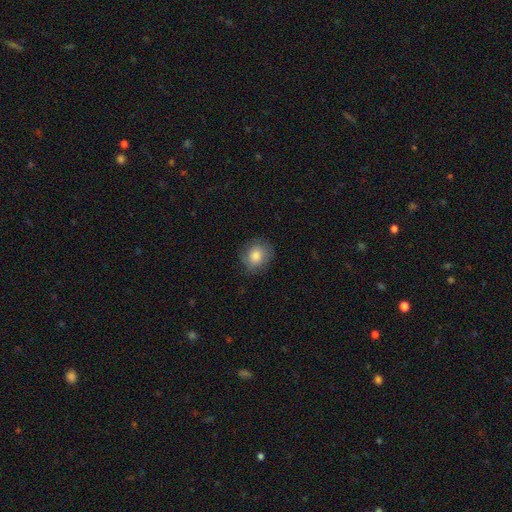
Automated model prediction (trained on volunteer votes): smooth_or_featured: smooth (p=0.82) [alt: featured or disk p=0.09]
how_rounded: round (p=0.75) [alt: in between p=0.24]
merging: none (p=0.80) [alt: minor disturbance p=0.15]